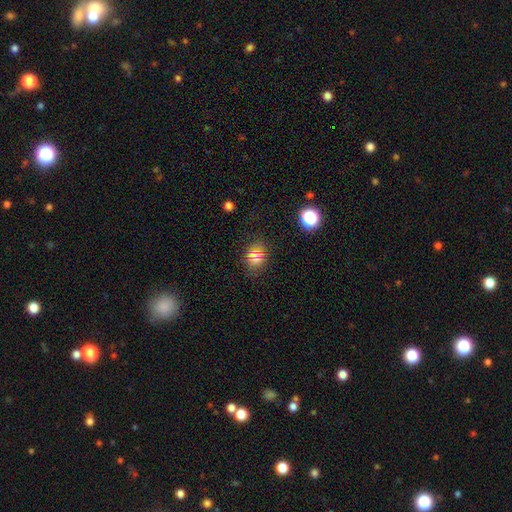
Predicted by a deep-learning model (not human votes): smooth_or_featured: smooth (p=0.66) [alt: star or artifact p=0.26]
how_rounded: round (p=0.54) [alt: in between p=0.43]
merging: none (p=0.85) [alt: minor disturbance p=0.09]